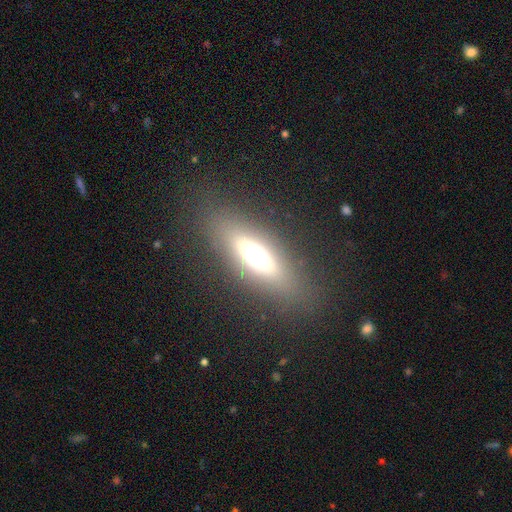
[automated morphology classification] Overall: smooth (48%; featured or disk 40%). Merging: none (84%).